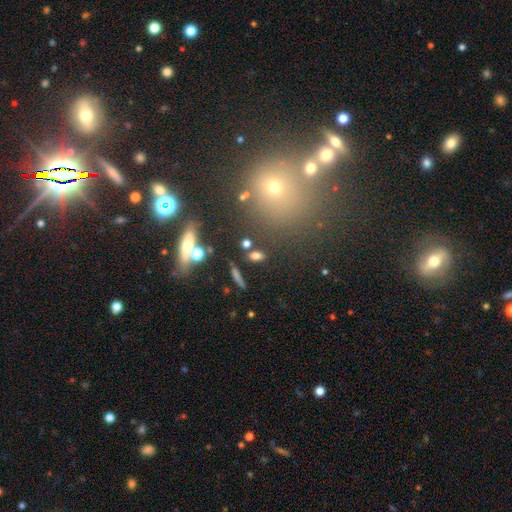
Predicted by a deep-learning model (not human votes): This appears to be a smooth galaxy with no disk features (72%) that is in between round and cigar-shaped (68%). Merging: none (77%).